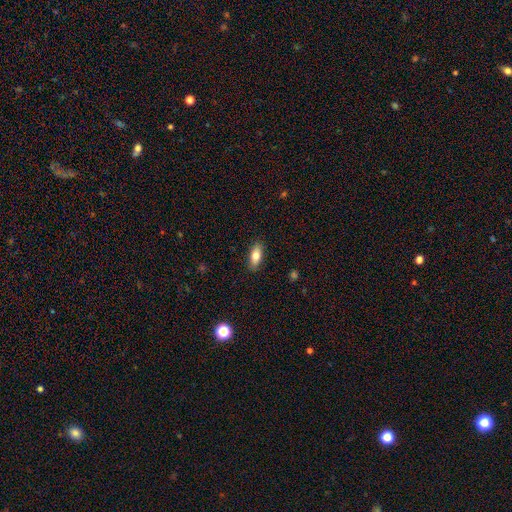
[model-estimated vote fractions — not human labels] This is likely a smooth galaxy (77%). How rounded: likely in between (79%). Merging: clearly none (88%).